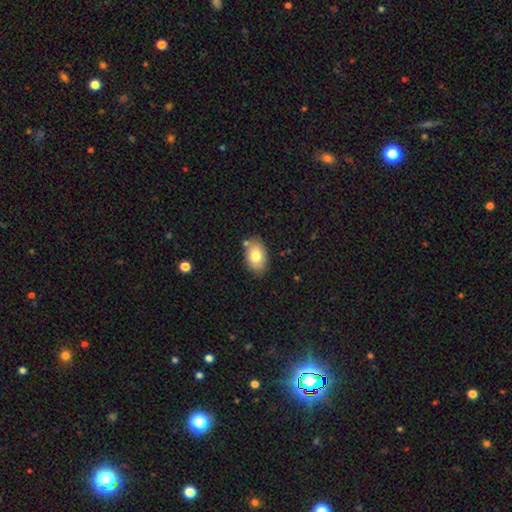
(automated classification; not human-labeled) Smooth or featured? smooth (79%)
How rounded? in between (88%)
Merging? none (80%)